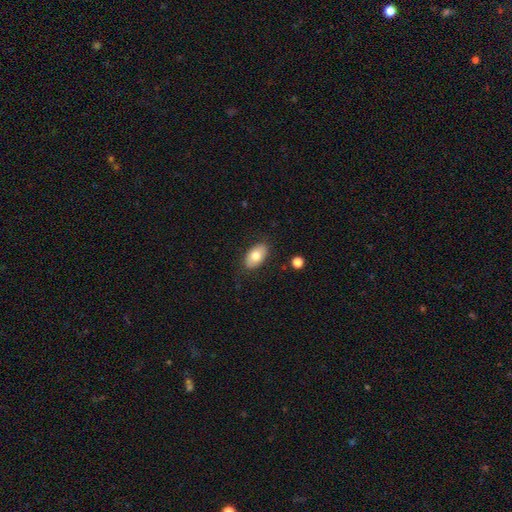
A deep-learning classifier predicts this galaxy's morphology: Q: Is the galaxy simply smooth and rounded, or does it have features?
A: smooth — 77%.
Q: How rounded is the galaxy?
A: in between — 93%.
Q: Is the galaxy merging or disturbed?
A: none — 84%.